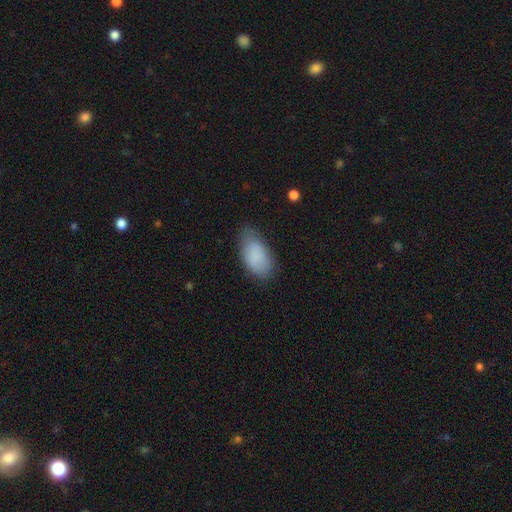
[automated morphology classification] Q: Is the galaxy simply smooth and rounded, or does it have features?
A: smooth — 86%.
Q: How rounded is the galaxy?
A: in between — 94%.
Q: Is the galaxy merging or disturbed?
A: none — 70%.